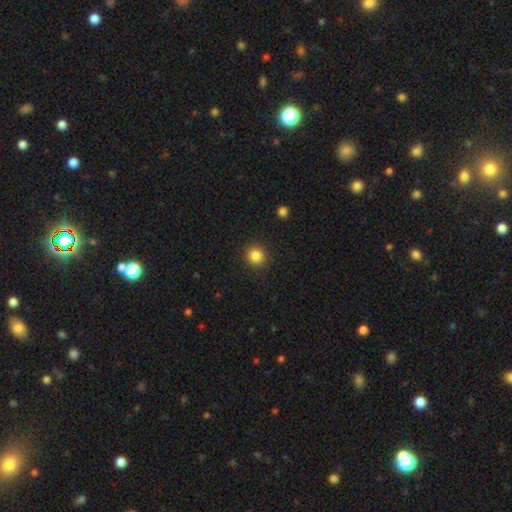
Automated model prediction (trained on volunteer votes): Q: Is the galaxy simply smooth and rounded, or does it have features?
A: smooth — 85%.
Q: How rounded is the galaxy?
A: round — 92%.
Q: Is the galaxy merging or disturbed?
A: none — 91%.